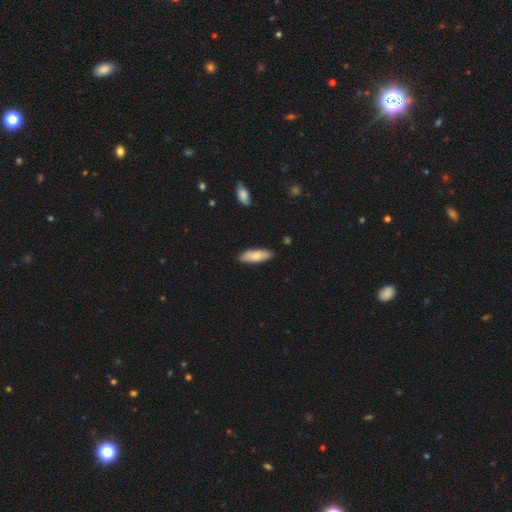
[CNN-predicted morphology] The model was most divided on "how rounded": in between: 63%, cigar-shaped: 36%, round: 2%. More confident: merging — none (85%); smooth or featured — smooth (78%).